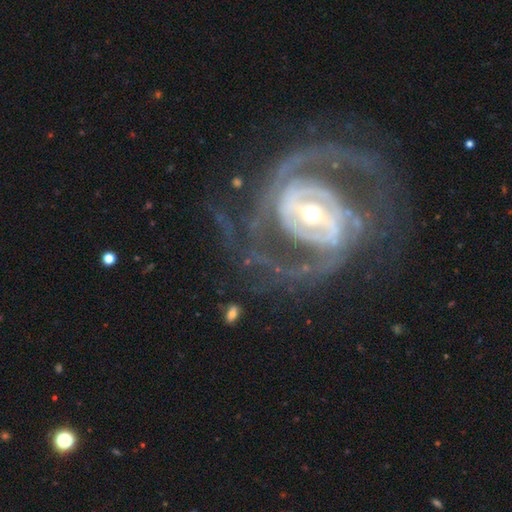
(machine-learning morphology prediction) A featured or disk galaxy (92%) with a strong bar (46%), 2 (75%) medium (46%) spiral arms (97%) and a moderate central bulge (48%). Merging: none (71%).